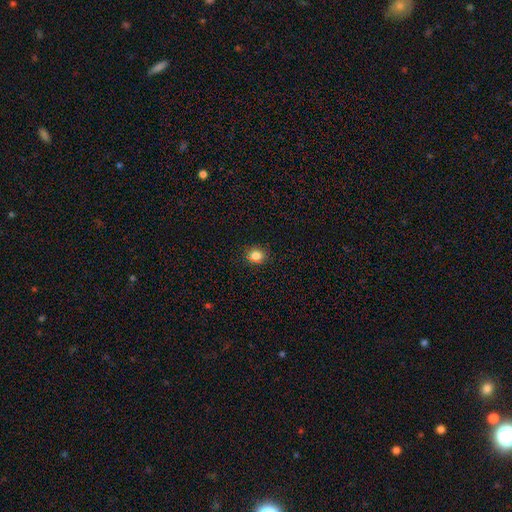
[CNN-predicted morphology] smooth-or-featured: smooth: 77% | star or artifact: 16% | featured or disk: 7%
  how-rounded: round: 78% | in between: 21% | cigar-shaped: 1%
  merging: none: 87% | minor disturbance: 9% | major disturbance: 2% | merger: 2%